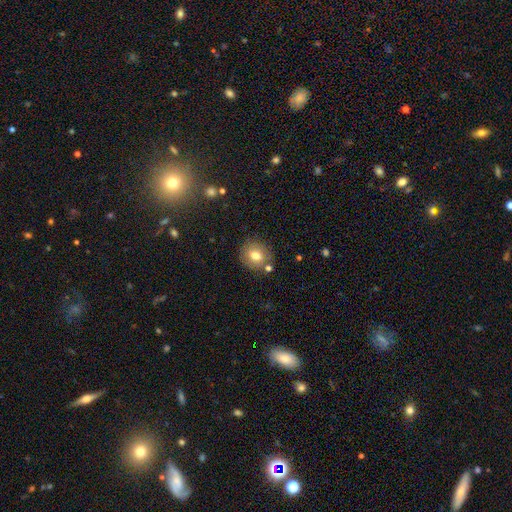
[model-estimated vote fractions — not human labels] smooth-or-featured: smooth: 75% | featured or disk: 15% | star or artifact: 10%
  how-rounded: round: 75% | in between: 24% | cigar-shaped: 1%
  merging: none: 78% | minor disturbance: 12% | merger: 7% | major disturbance: 3%